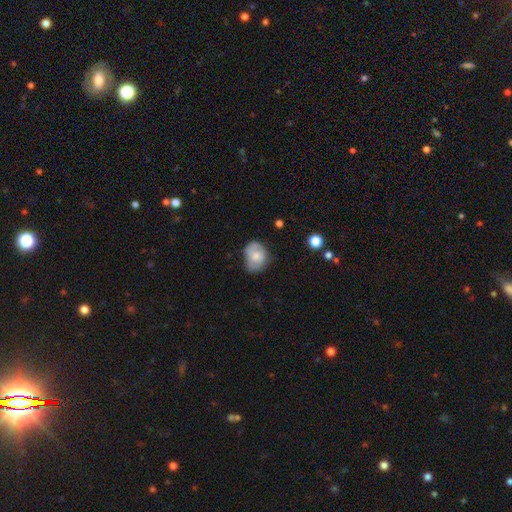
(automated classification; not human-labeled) Morphology: type=smooth (65%); roundness=round (50%); merging=none (50%).